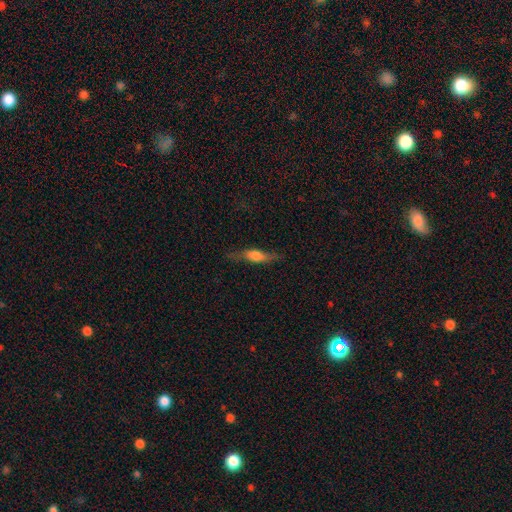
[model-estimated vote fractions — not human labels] smooth 49%, featured or disk 44%, star or artifact 7%. Down the decision tree: merging — none (75%).